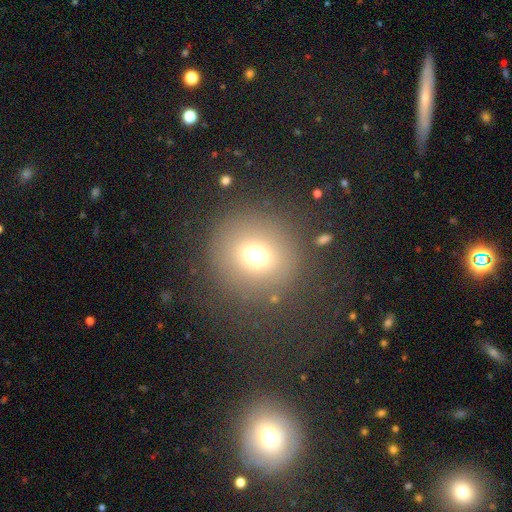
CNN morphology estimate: This is likely a smooth galaxy (69%). How rounded: clearly round (87%). Merging: clearly none (80%).